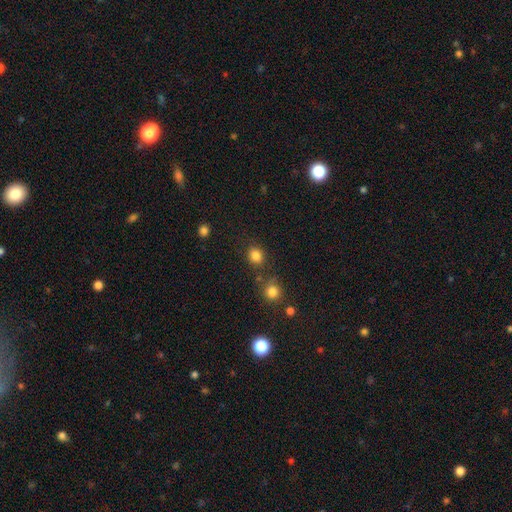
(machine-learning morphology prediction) Q: Smooth or featured?
A: smooth (83%); runner-up: star or artifact (12%)
Q: How rounded?
A: round (72%); runner-up: in between (27%)
Q: Merging?
A: none (76%); runner-up: minor disturbance (11%)